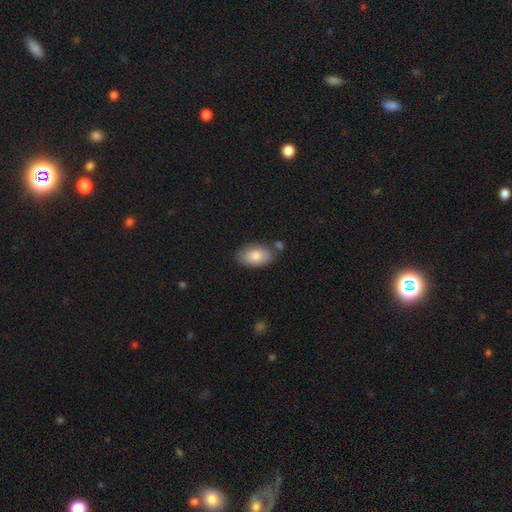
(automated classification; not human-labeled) This appears to be a smooth galaxy with no disk features (81%) that is in between round and cigar-shaped (94%). Merging: none (70%).